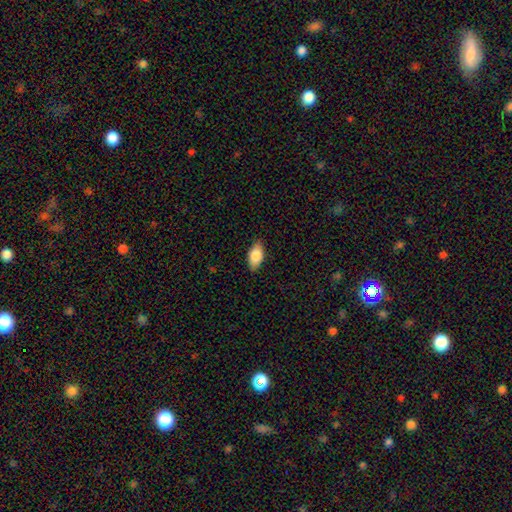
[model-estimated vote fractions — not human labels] This appears to be a smooth galaxy with no disk features (83%) that is in between round and cigar-shaped (91%). Merging: none (86%).